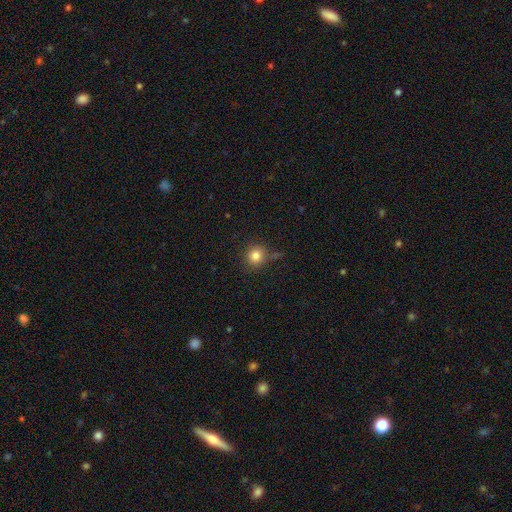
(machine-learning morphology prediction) The model was most divided on "merging": none: 78%, minor disturbance: 13%, merger: 4%, major disturbance: 4%. More confident: how rounded — round (89%); smooth or featured — smooth (82%).